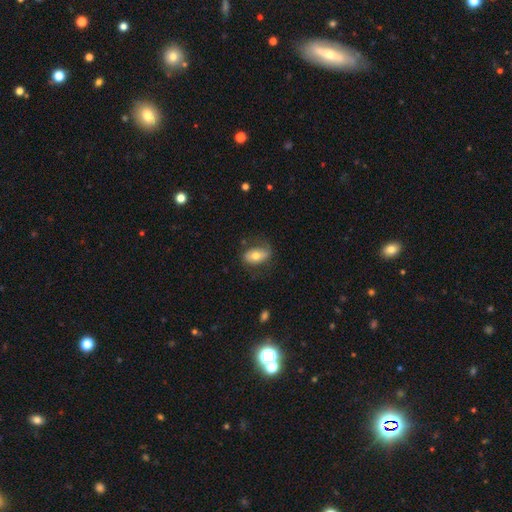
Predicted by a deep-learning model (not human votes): A smooth galaxy with no disk features (58%) that is in between round and cigar-shaped (88%). Merging: none (62%).